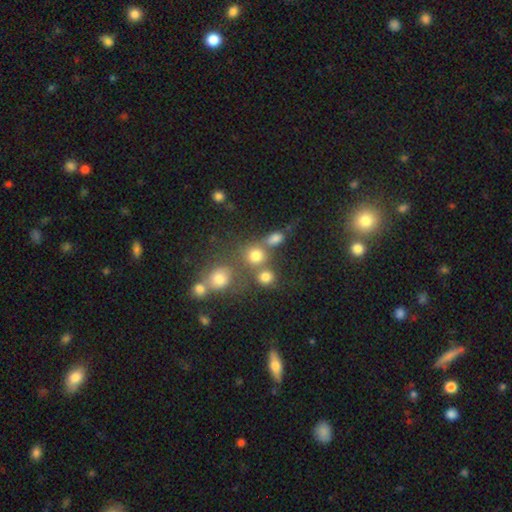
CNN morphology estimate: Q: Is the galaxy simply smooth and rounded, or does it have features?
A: smooth — 75%.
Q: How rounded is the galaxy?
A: round — 80%.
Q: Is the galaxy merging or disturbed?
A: none — 52%.